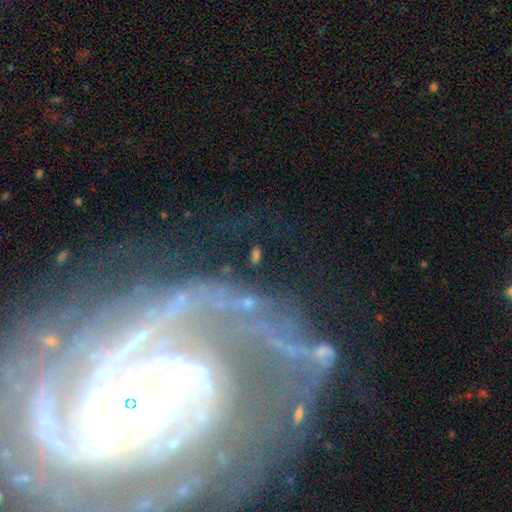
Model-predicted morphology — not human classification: featured or disk 71%, star or artifact 17%, smooth 12%. Down the decision tree: edge-on disk — no (92%); bar — strong (39%); spiral arms — yes (89%); spiral arm count — 2 (35%); spiral winding — tight (50%); bulge size — small (52%); merging — none (62%).